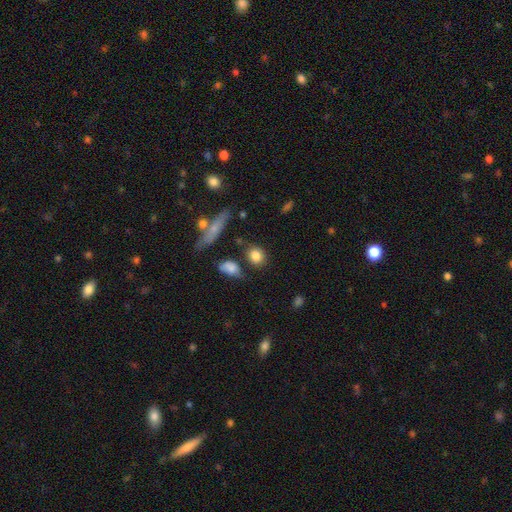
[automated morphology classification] This is clearly a smooth galaxy (83%). How rounded: likely round (67%). Merging: likely none (76%).